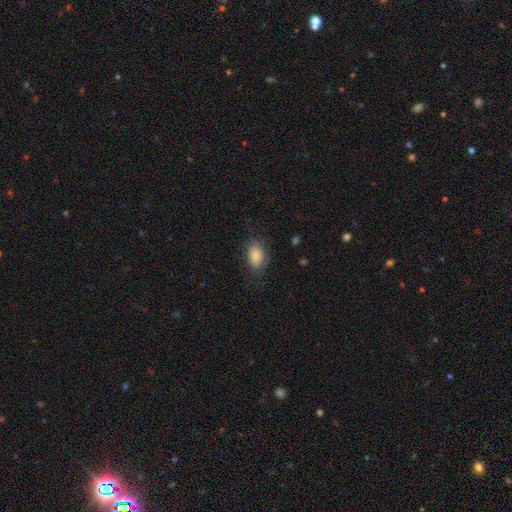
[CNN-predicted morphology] This appears to be a smooth galaxy with no disk features (84%) that is in between round and cigar-shaped (89%). Merging: none (76%).